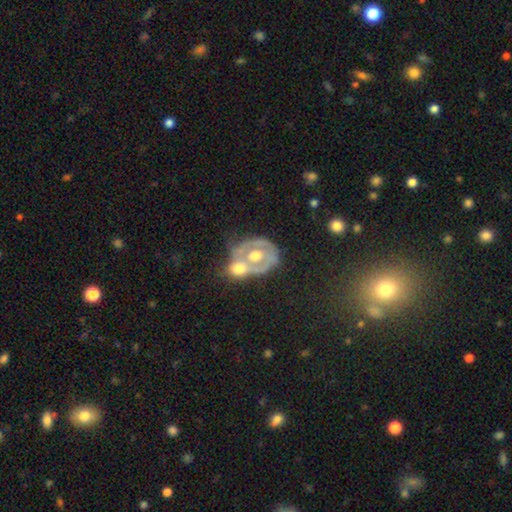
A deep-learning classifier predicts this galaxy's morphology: Smooth or featured?
  - featured or disk: 61% *
  - smooth: 31%
  - star or artifact: 8%
Edge-on disk?
  - no: 95% *
  - yes: 5%
Bar?
  - no: 84% *
  - weak: 12%
  - strong: 4%
Spiral arms?
  - no: 72% *
  - yes: 28%
Bulge size?
  - moderate: 69% *
  - large: 20%
  - small: 7%
  - none: 2%
  - dominant: 2%
Merging?
  - merger: 57% *
  - none: 21%
  - minor disturbance: 12%
  - major disturbance: 10%